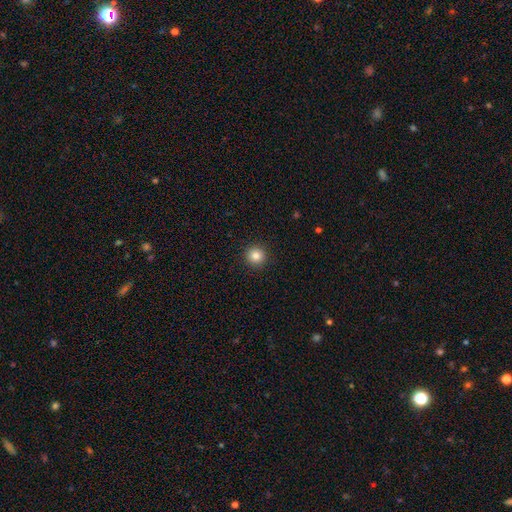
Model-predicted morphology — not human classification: This is clearly a smooth galaxy (83%). How rounded: clearly round (95%). Merging: clearly none (93%).